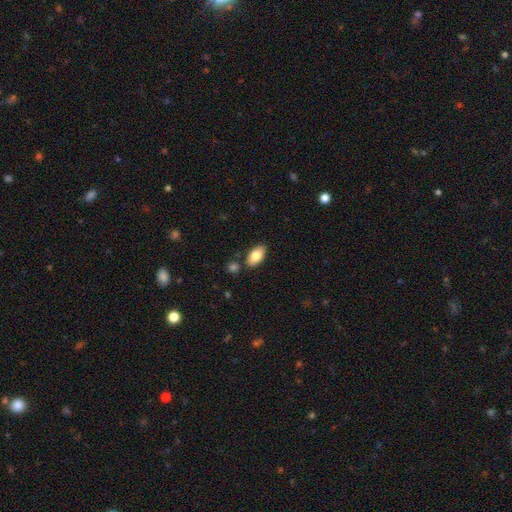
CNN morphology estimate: Smooth or featured: smooth — 82% (featured or disk — 11%)
How rounded: in between — 93% (cigar-shaped — 4%)
Merging: none — 82% (minor disturbance — 11%)